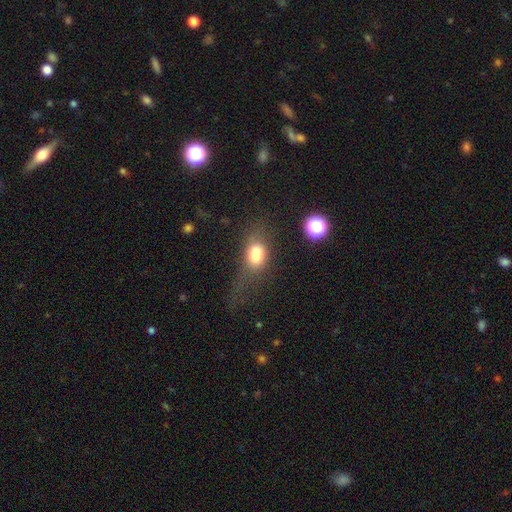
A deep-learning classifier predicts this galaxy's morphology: Smooth or featured?
  - smooth: 75% *
  - featured or disk: 14%
  - star or artifact: 11%
How rounded?
  - in between: 76% *
  - round: 21%
  - cigar-shaped: 4%
Merging?
  - none: 36% *
  - major disturbance: 34%
  - minor disturbance: 22%
  - merger: 8%